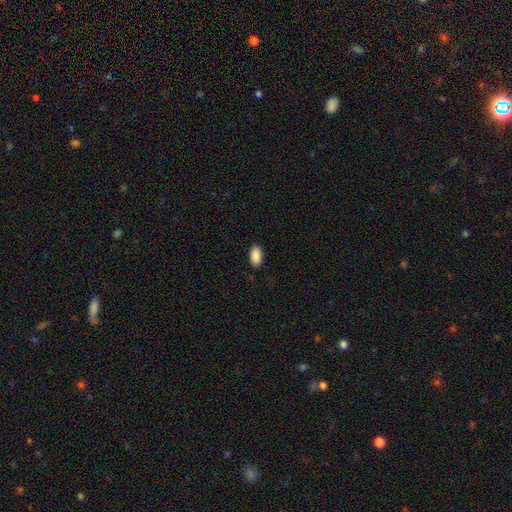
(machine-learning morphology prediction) This is clearly a smooth galaxy (89%). How rounded: clearly in between (95%). Merging: clearly none (89%).